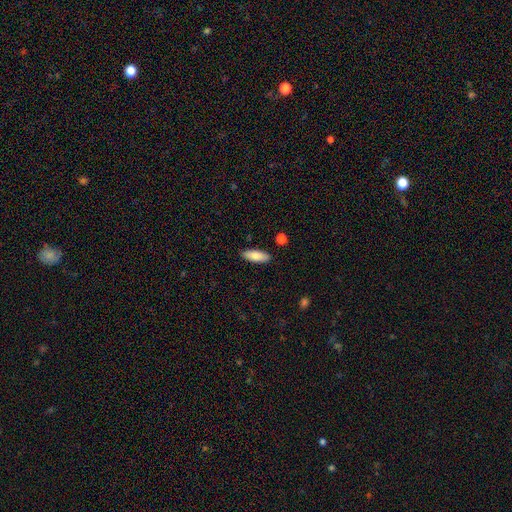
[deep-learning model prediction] A smooth galaxy with no disk features (81%) that is in between round and cigar-shaped (70%).

Vote fractions:
- Smooth or featured? smooth: 81% / featured or disk: 13% / star or artifact: 6%
- How rounded? in between: 70% / cigar-shaped: 28% / round: 2%
- Merging? none: 88% / minor disturbance: 8% / merger: 2% / major disturbance: 2%